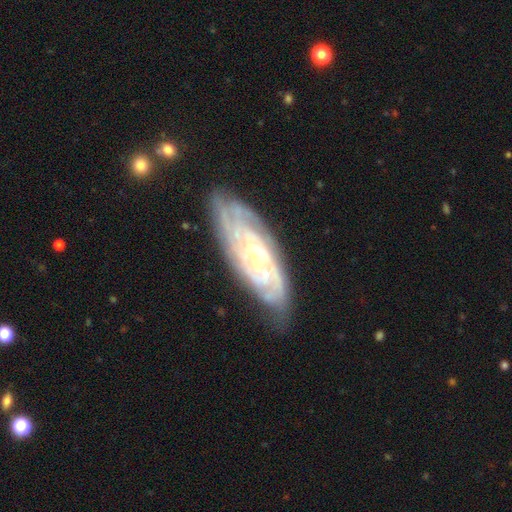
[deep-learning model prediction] Q: Smooth or featured?
A: featured or disk (86%); runner-up: smooth (9%)
Q: Edge-on disk?
A: no (88%); runner-up: yes (12%)
Q: Bar?
A: no (58%); runner-up: weak (32%)
Q: Spiral arms?
A: yes (97%); runner-up: no (3%)
Q: Spiral winding?
A: tight (76%); runner-up: medium (20%)
Q: Spiral arm count?
A: can't tell (33%); runner-up: 4 (23%)
Q: Bulge size?
A: small (52%); runner-up: moderate (41%)
Q: Merging?
A: none (76%); runner-up: minor disturbance (18%)